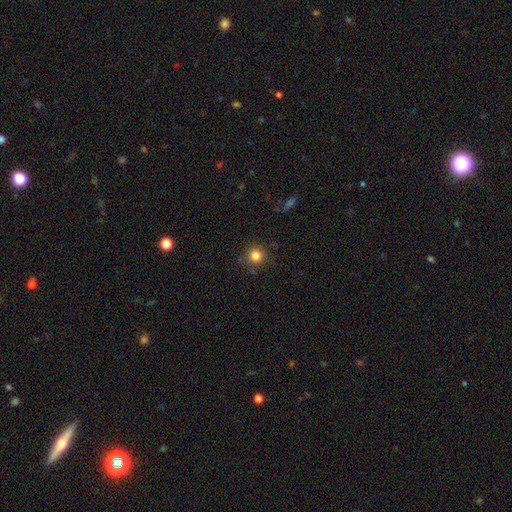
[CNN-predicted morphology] This is clearly a smooth galaxy (83%). How rounded: clearly round (94%). Merging: clearly none (86%).